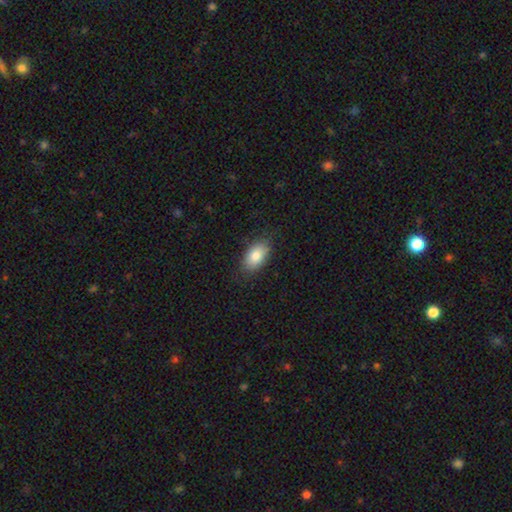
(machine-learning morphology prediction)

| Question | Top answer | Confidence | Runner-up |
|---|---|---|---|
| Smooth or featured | smooth | 83% | featured or disk (10%) |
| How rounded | in between | 92% | round (6%) |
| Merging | none | 82% | minor disturbance (14%) |